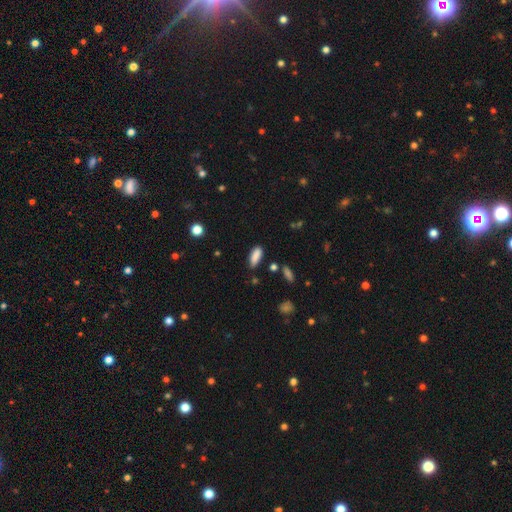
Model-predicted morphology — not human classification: Q: Smooth or featured?
A: smooth (87%); runner-up: star or artifact (8%)
Q: How rounded?
A: in between (69%); runner-up: cigar-shaped (29%)
Q: Merging?
A: none (80%); runner-up: minor disturbance (14%)